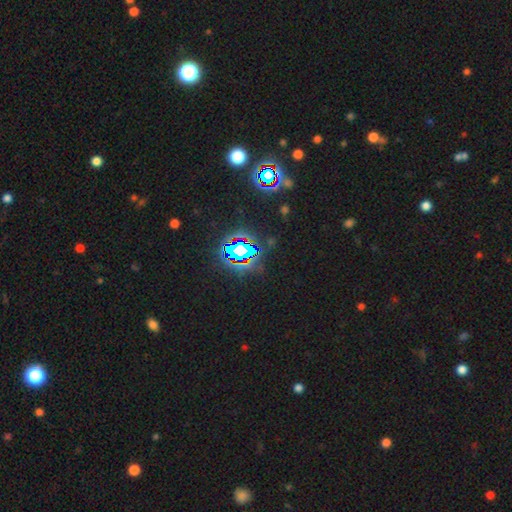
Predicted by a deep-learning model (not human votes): A star or artifact, not a galaxy (82%).